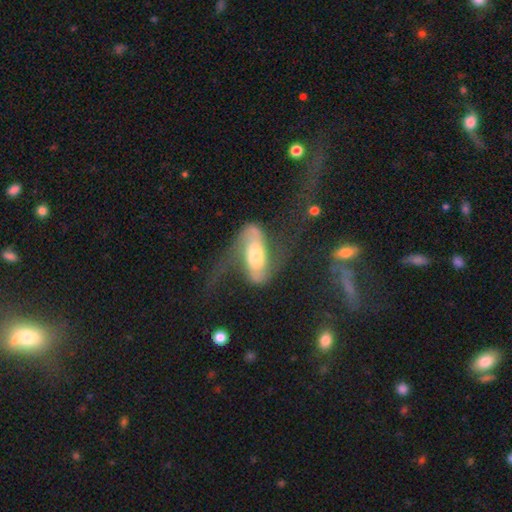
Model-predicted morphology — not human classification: A featured or disk galaxy (72%) with no bar (48%), 2 (86%) loose (60%) spiral arms (87%) and a moderate central bulge (63%). Merging: none (38%, tied with major disturbance).